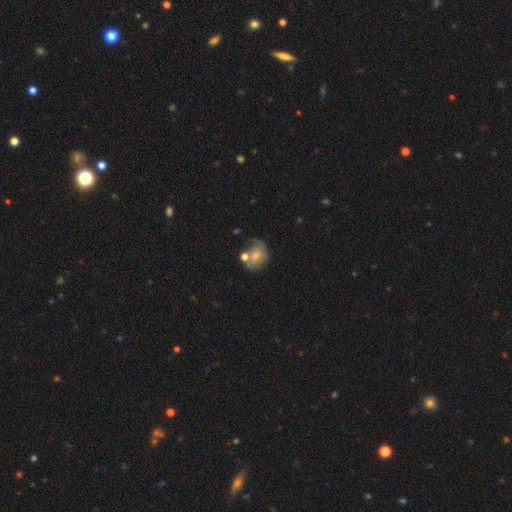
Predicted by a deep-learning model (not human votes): Overall: featured or disk (46%; smooth 45%). Merging: none (39%; minor disturbance 24%).